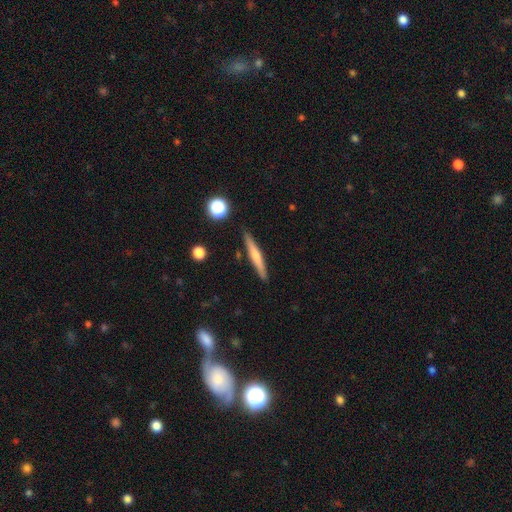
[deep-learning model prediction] This is possibly a smooth galaxy (52%). How rounded: clearly cigar-shaped (94%). Merging: clearly none (89%).